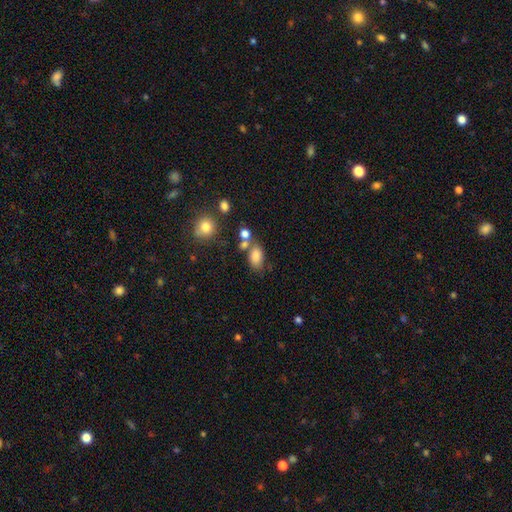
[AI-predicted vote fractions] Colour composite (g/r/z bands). It shows a smooth galaxy with no disk features (81%) that is in between round and cigar-shaped (85%). Merging: none (55%).